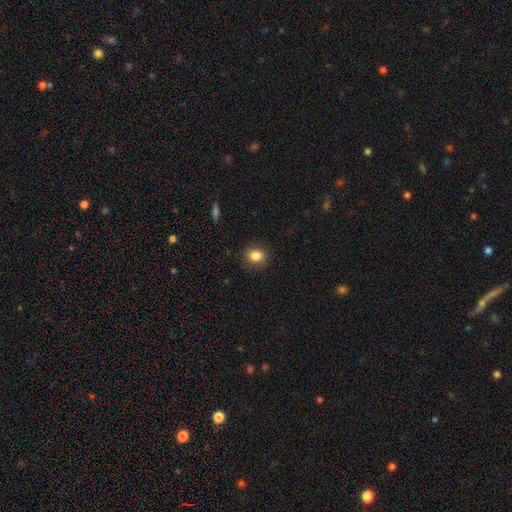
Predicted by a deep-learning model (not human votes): Q: Smooth or featured?
A: smooth (85%); runner-up: star or artifact (10%)
Q: How rounded?
A: round (66%); runner-up: in between (33%)
Q: Merging?
A: none (88%); runner-up: minor disturbance (9%)